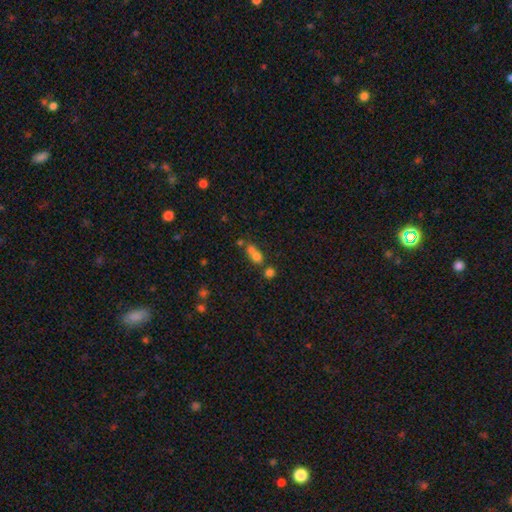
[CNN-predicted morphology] Smooth or featured: smooth — 67% (featured or disk — 17%)
How rounded: round — 66% (in between — 31%)
Merging: merger — 59% (none — 30%)